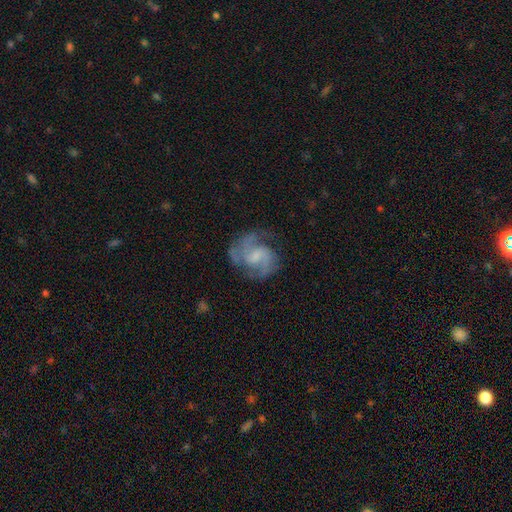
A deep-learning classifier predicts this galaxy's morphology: smooth-or-featured: featured or disk: 84% | smooth: 10% | star or artifact: 6%
  disk-edge-on: no: 98% | yes: 2%
    bar: weak: 53% | no: 35% | strong: 12%
    has-spiral-arms: yes: 96% | no: 4%
      spiral-winding: medium: 54% | tight: 26% | loose: 20%
      spiral-arm-count: 2: 71% | 3: 12% | can't tell: 9% | 1: 3% | 4: 2% | more than 4: 2%
    bulge-size: small: 37% | moderate: 29% | none: 28% | large: 5% | dominant: 1%
  merging: none: 68% | minor disturbance: 18% | major disturbance: 12% | merger: 2%